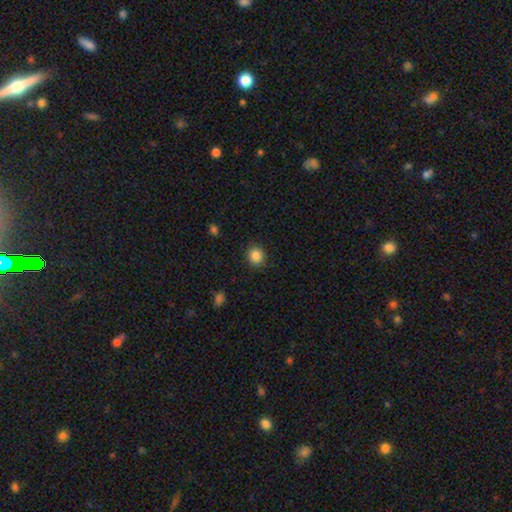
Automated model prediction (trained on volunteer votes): smooth-or-featured: smooth: 86% | star or artifact: 10% | featured or disk: 4%
  how-rounded: round: 84% | in between: 15% | cigar-shaped: 1%
  merging: none: 88% | minor disturbance: 8% | major disturbance: 3% | merger: 1%